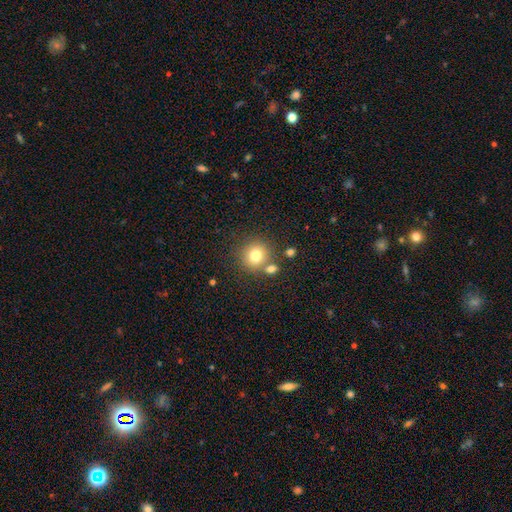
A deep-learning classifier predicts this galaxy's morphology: type=smooth (77%); roundness=round (90%); merging=none (70%).